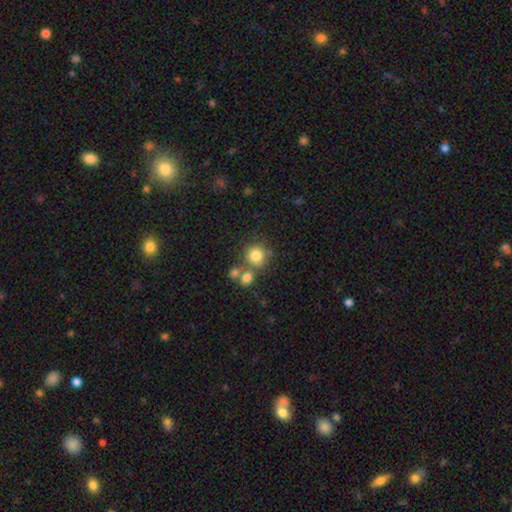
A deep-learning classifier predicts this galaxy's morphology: Q: Smooth or featured?
A: smooth (79%); runner-up: star or artifact (11%)
Q: How rounded?
A: round (86%); runner-up: in between (13%)
Q: Merging?
A: none (58%); runner-up: merger (26%)